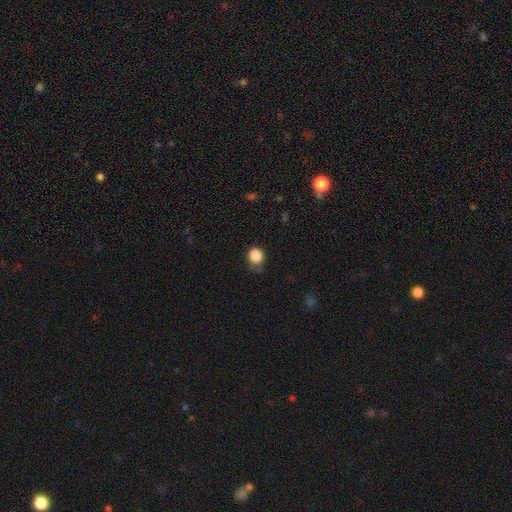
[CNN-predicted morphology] smooth-or-featured: smooth: 87% | star or artifact: 10% | featured or disk: 4%
  how-rounded: round: 77% | in between: 22% | cigar-shaped: 1%
  merging: none: 68% | minor disturbance: 25% | major disturbance: 6% | merger: 2%